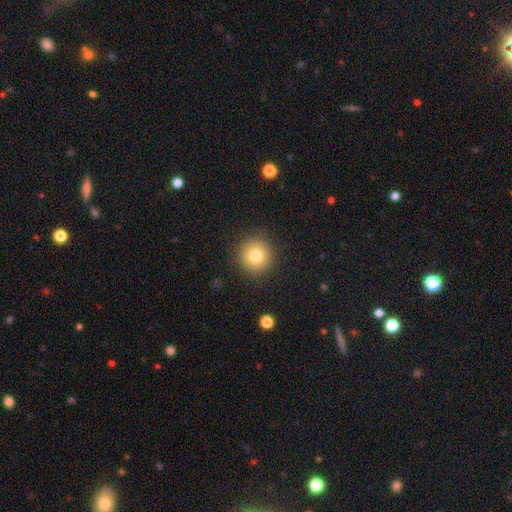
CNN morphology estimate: smooth_or_featured: smooth (p=0.79) [alt: star or artifact p=0.11]
how_rounded: round (p=0.94) [alt: in between p=0.05]
merging: none (p=0.89) [alt: minor disturbance p=0.07]